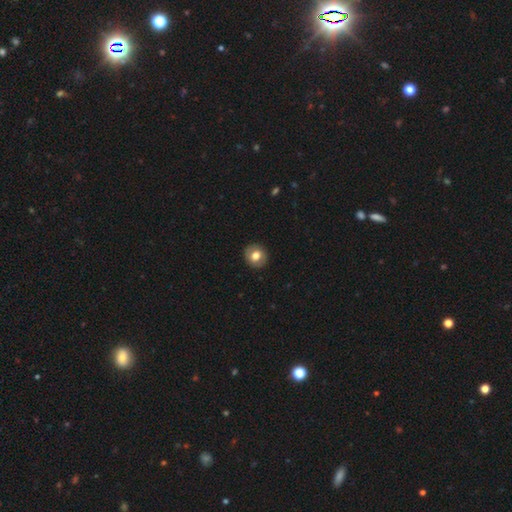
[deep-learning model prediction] Morphology: type=smooth (70%); roundness=round (85%); merging=none (90%).